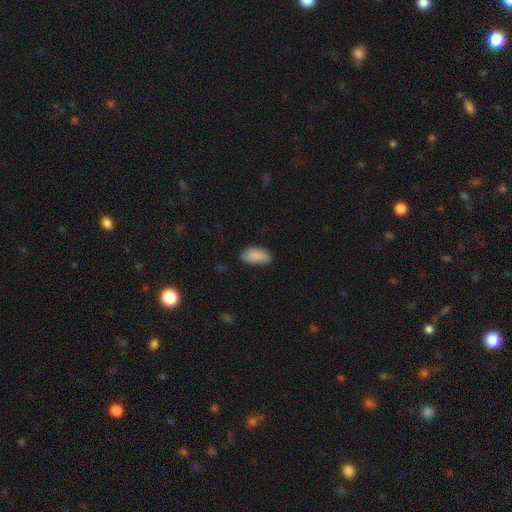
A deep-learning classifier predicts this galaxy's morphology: Overall: smooth (84%). How rounded: in between (93%). Merging: none (67%).